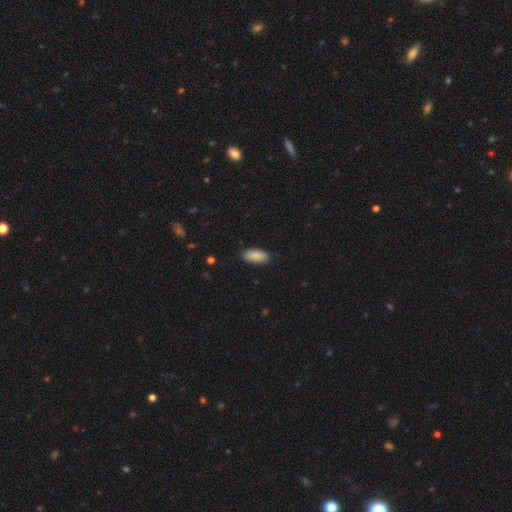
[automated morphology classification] Smooth or featured: smooth — 90% (star or artifact — 6%)
How rounded: in between — 86% (cigar-shaped — 12%)
Merging: none — 86% (minor disturbance — 11%)